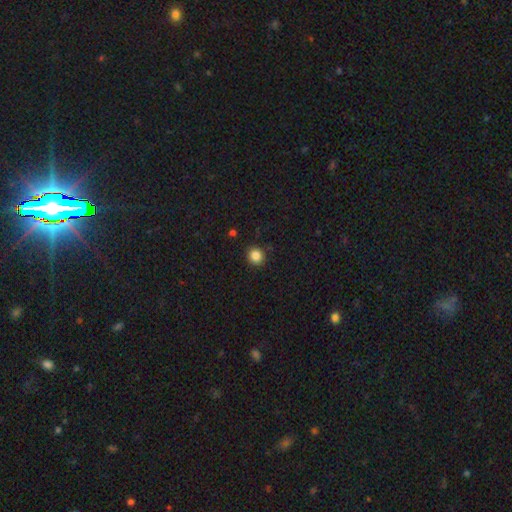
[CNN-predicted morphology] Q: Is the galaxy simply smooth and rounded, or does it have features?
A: smooth — 85%.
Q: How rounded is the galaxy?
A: round — 88%.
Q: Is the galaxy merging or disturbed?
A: none — 90%.